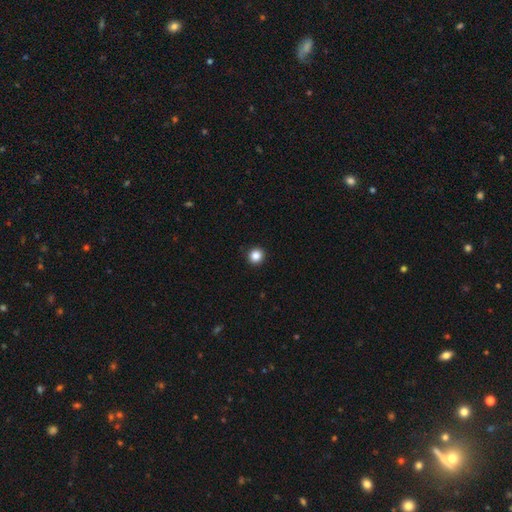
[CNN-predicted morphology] smooth-or-featured: smooth: 86% | star or artifact: 11% | featured or disk: 3%
  how-rounded: round: 95% | in between: 4% | cigar-shaped: 1%
  merging: none: 94% | minor disturbance: 4% | major disturbance: 1% | merger: 1%